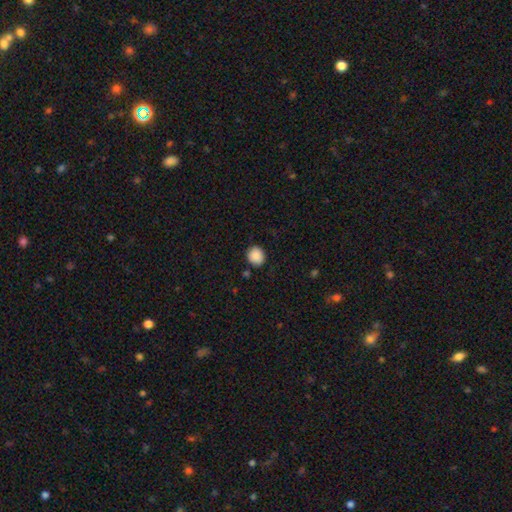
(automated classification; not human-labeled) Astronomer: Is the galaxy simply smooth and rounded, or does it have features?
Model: smooth — 89%.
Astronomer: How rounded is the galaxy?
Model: round — 82%.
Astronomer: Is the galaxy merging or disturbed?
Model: none — 87%.